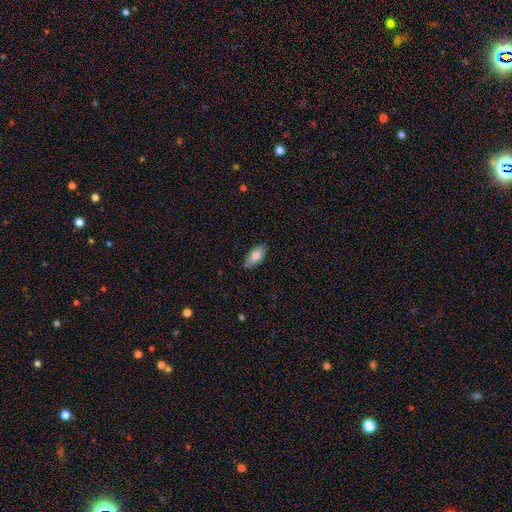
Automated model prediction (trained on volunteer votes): Smooth or featured? smooth (83%)
How rounded? in between (88%)
Merging? none (80%)